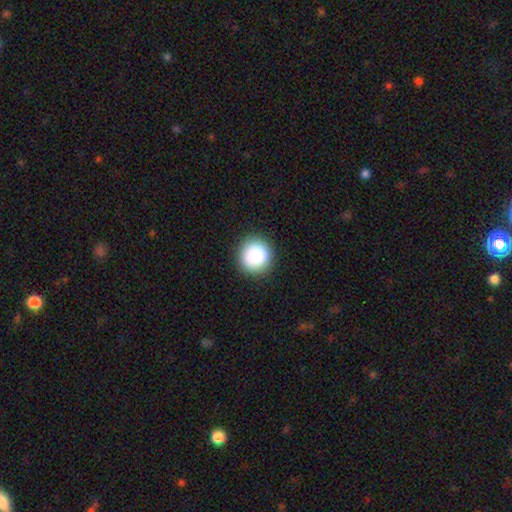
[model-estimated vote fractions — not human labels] A smooth galaxy with no disk features (86%) that is round (92%). Merging: none (88%).